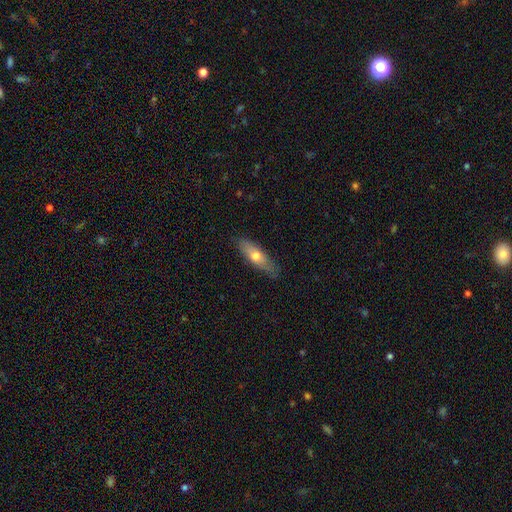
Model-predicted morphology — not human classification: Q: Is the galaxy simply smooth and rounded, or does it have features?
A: smooth — 60%.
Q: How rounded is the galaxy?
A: cigar-shaped — 57%.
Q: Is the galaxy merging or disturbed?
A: none — 83%.